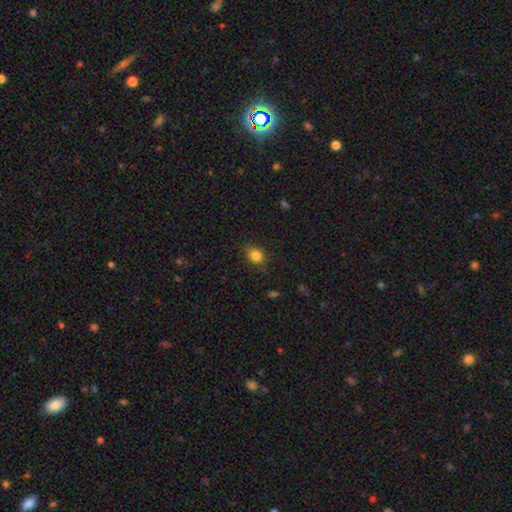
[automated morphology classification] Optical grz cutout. It shows a smooth galaxy with no disk features (83%) that is in between round and cigar-shaped (56%). Merging: none (79%).